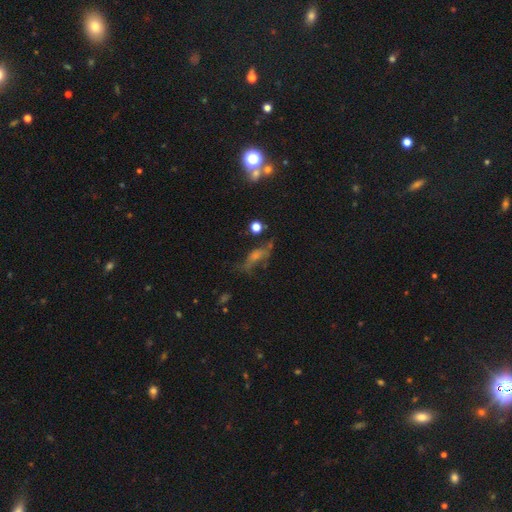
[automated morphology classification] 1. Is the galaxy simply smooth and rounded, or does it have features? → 45% featured or disk, 28% smooth, 27% star or artifact.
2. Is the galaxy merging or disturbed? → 54% none, 21% minor disturbance, 20% major disturbance, 5% merger.